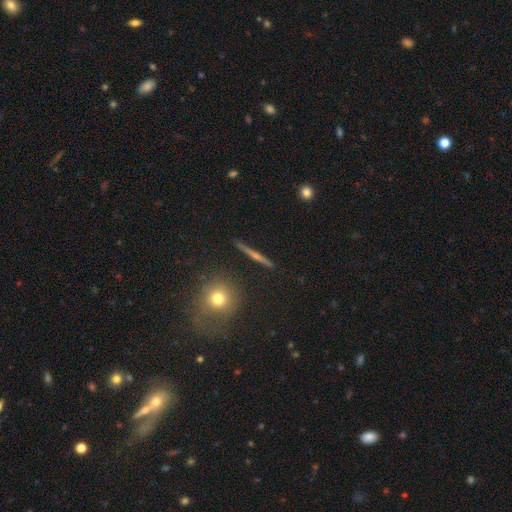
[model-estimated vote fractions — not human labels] smooth-or-featured: featured or disk: 60% | smooth: 30% | star or artifact: 10%
  disk-edge-on: yes: 96% | no: 4%
    edge-on-bulge: none: 54% | rounded: 39% | boxy: 7%
  merging: none: 92% | minor disturbance: 5% | major disturbance: 2% | merger: 2%